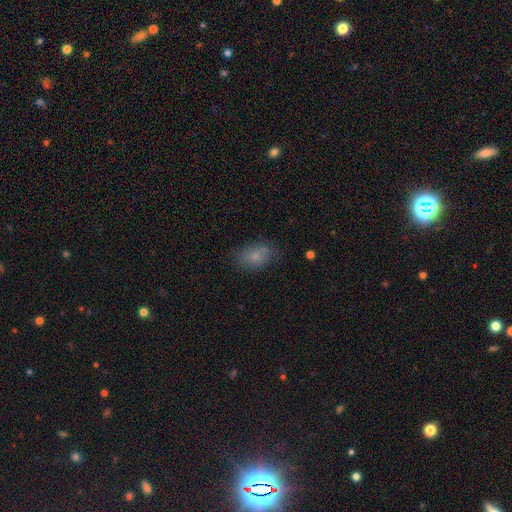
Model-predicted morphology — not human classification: Overall: smooth (79%). How rounded: in between (86%). Merging: none (72%).